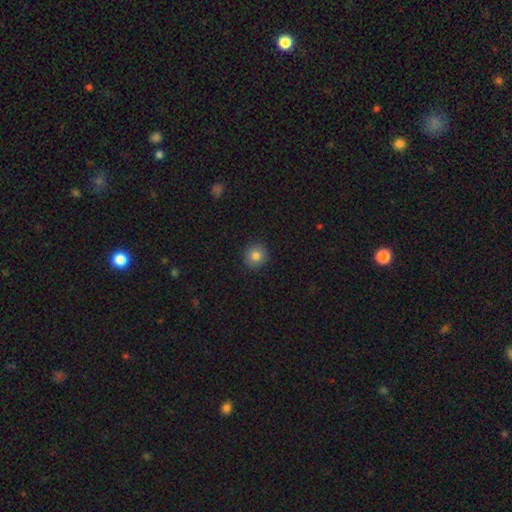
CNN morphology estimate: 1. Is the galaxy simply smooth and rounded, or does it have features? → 82% smooth, 11% star or artifact, 7% featured or disk.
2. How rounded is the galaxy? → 93% round, 6% in between, 1% cigar-shaped.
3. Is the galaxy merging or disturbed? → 92% none, 5% minor disturbance, 2% major disturbance, 1% merger.